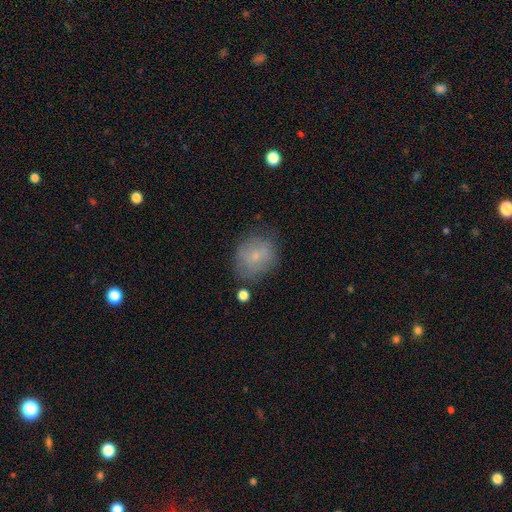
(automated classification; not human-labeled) Morphology: type=smooth (69%); roundness=round (65%); merging=none (68%).